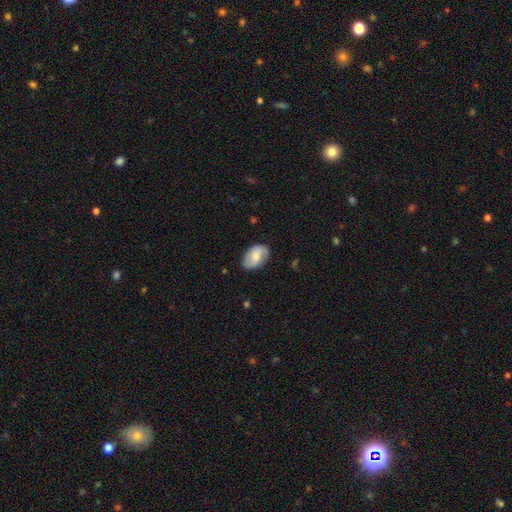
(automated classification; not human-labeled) Morphology: type=smooth (54%); roundness=in between (89%); merging=none (78%).